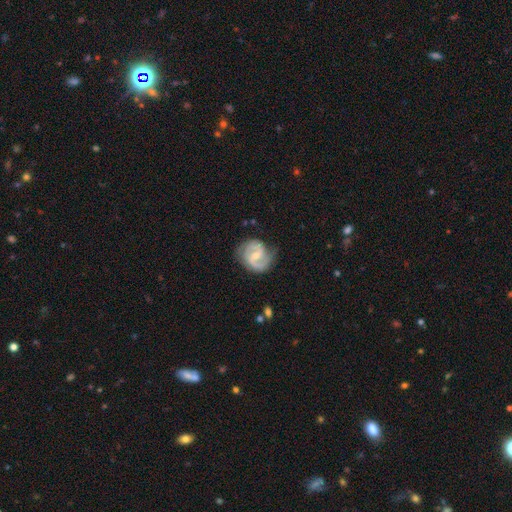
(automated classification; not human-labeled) This is clearly a featured or disk galaxy (87%). It is clearly not viewed edge-on (98%). Bar: possibly weak (57%). Spiral arm pattern: clearly yes (96%). Spiral arm count: clearly 2 (90%). Spiral winding: possibly medium (54%). Central bulge: possibly small (51%). Merging: likely none (73%).